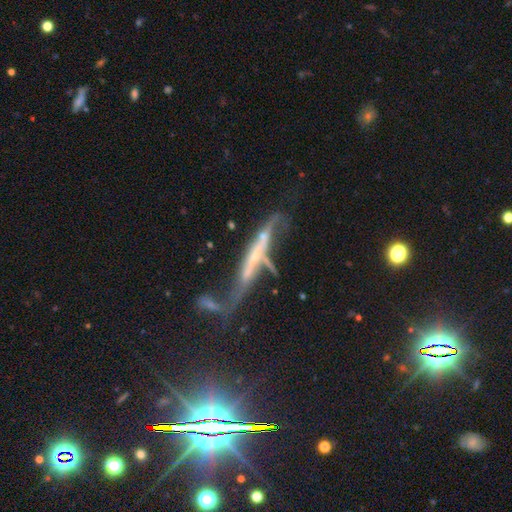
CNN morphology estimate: featured or disk 65%, smooth 20%, star or artifact 14%. Down the decision tree: edge-on disk — yes (66%); merging — merger (33%).